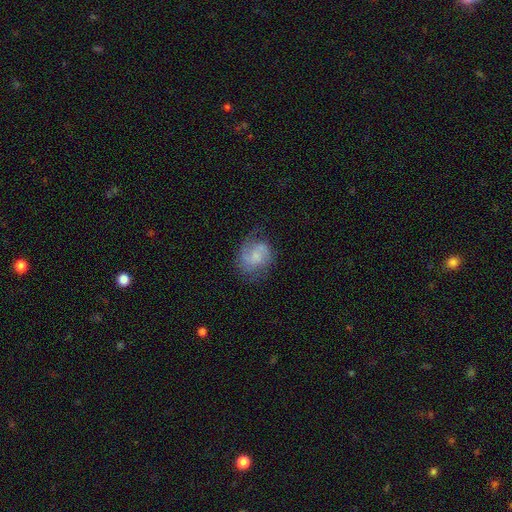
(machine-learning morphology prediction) The model was most divided on "spiral winding": medium: 45%, tight: 28%, loose: 27%. Remaining: edge-on disk — no (98%); spiral arms — yes (87%); spiral arm count — 2 (64%); smooth or featured — featured or disk (60%); bar — no (60%); merging — none (60%); bulge size — small (44%).